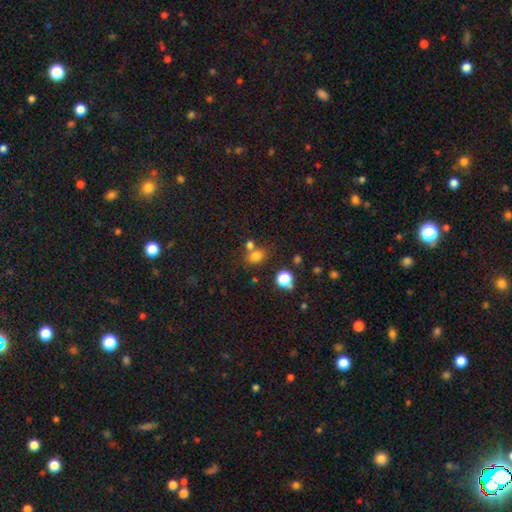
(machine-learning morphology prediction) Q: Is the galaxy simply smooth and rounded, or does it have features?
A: smooth — 76%.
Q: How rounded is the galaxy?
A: in between — 51%.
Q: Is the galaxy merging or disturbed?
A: none — 58%.